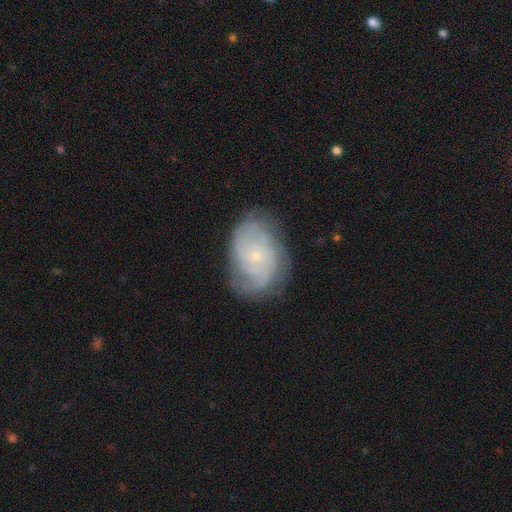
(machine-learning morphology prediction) Smooth or featured? featured or disk (77%)
Edge-on disk? no (97%)
Bar? no (79%)
Spiral arms? yes (93%)
Spiral winding? tight (56%)
Spiral arm count? can't tell (36%)
Bulge size? small (83%)
Merging? none (70%)